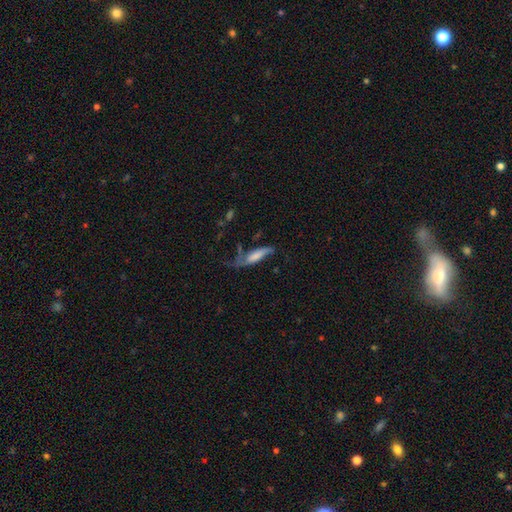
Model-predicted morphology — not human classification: Smooth or featured? Predicted: smooth (p=0.58). How rounded? Predicted: cigar-shaped (p=0.63). Merging? Predicted: none (p=0.37).